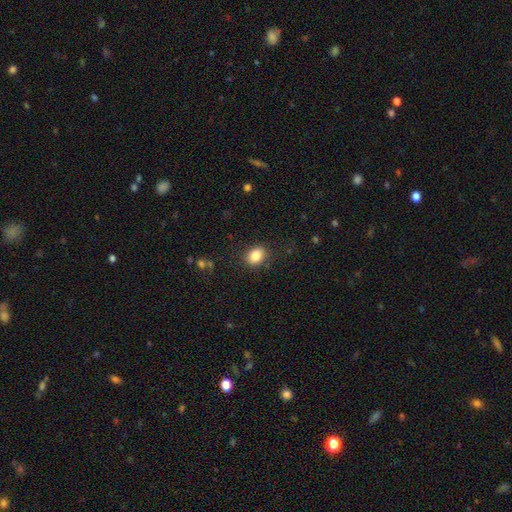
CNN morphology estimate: Q: Smooth or featured?
A: smooth (84%); runner-up: star or artifact (10%)
Q: How rounded?
A: in between (57%); runner-up: round (42%)
Q: Merging?
A: none (84%); runner-up: minor disturbance (11%)